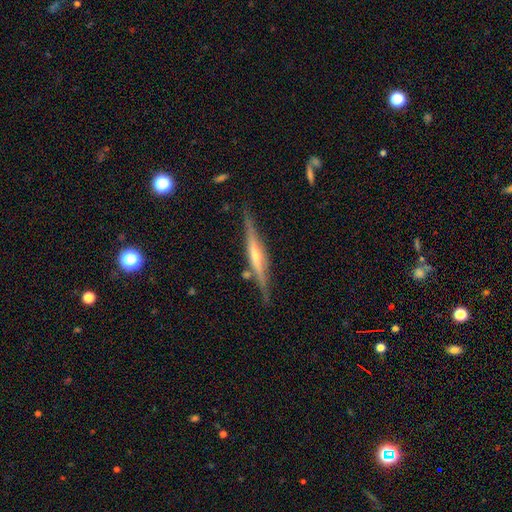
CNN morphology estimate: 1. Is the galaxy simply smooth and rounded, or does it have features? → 79% featured or disk, 15% smooth, 6% star or artifact.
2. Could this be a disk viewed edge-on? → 97% yes, 3% no.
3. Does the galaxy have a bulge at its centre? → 69% rounded, 19% none, 13% boxy.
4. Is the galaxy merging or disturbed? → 83% none, 11% minor disturbance, 3% merger, 2% major disturbance.